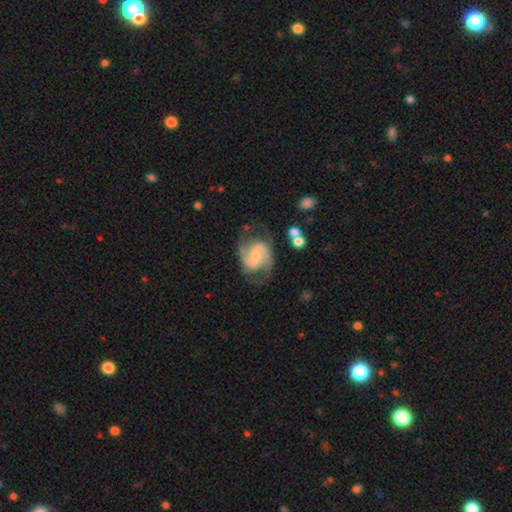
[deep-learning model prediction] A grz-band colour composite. It shows a featured or disk galaxy (86%) with a weak bar (48%), 2 (89%) medium (57%) spiral arms (97%) and a small central bulge (54%). Merging: none (67%).